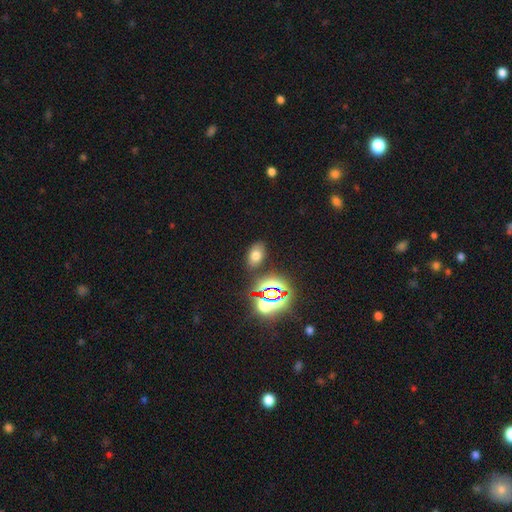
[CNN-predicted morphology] This is likely a smooth galaxy (63%). How rounded: clearly in between (85%). Merging: clearly none (84%).